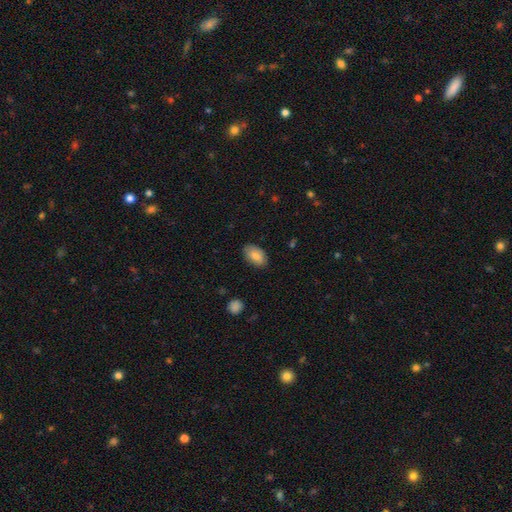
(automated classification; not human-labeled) Morphology: type=smooth (85%); roundness=in between (93%); merging=none (84%).